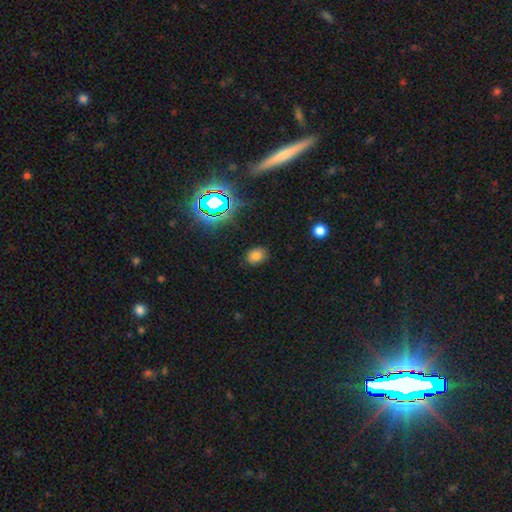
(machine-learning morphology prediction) smooth_or_featured: smooth (p=0.73) [alt: star or artifact p=0.21]
how_rounded: in between (p=0.66) [alt: round p=0.33]
merging: none (p=0.84) [alt: minor disturbance p=0.11]